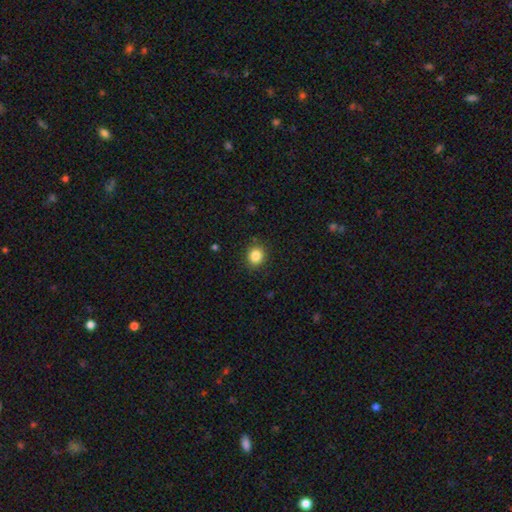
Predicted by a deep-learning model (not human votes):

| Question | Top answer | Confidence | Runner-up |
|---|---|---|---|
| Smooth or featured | smooth | 85% | star or artifact (10%) |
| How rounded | round | 77% | in between (22%) |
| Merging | none | 88% | minor disturbance (8%) |